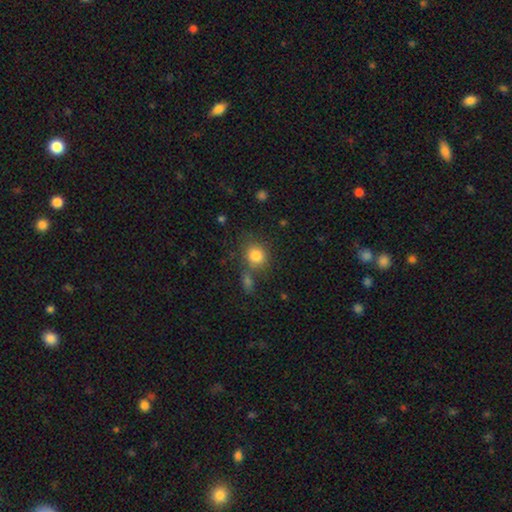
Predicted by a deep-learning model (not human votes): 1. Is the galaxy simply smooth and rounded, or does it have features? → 83% smooth, 10% star or artifact, 7% featured or disk.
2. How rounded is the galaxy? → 75% round, 24% in between, 1% cigar-shaped.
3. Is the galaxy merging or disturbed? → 65% none, 16% merger, 13% minor disturbance, 6% major disturbance.